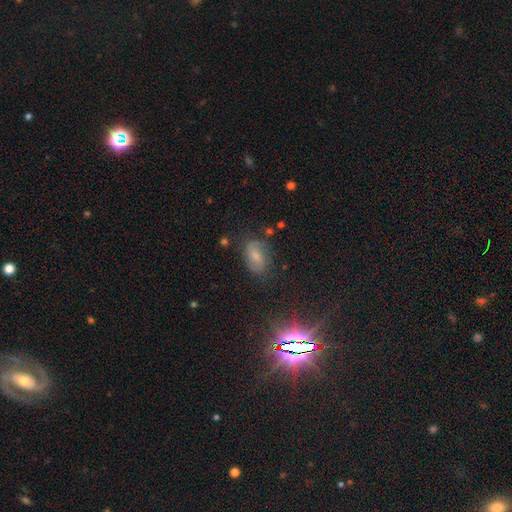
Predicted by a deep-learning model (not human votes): The model was most divided on "smooth or featured": smooth: 54%, featured or disk: 27%, star or artifact: 19%. More confident: how rounded — in between (87%); merging — none (71%).